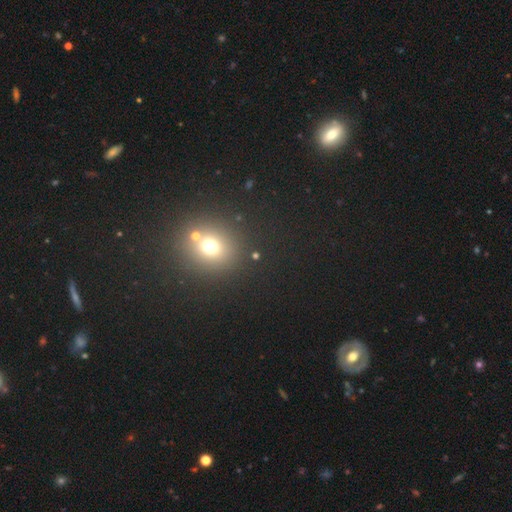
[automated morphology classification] smooth 58%, star or artifact 33%, featured or disk 9%. Down the decision tree: how rounded — round (81%); merging — none (80%).